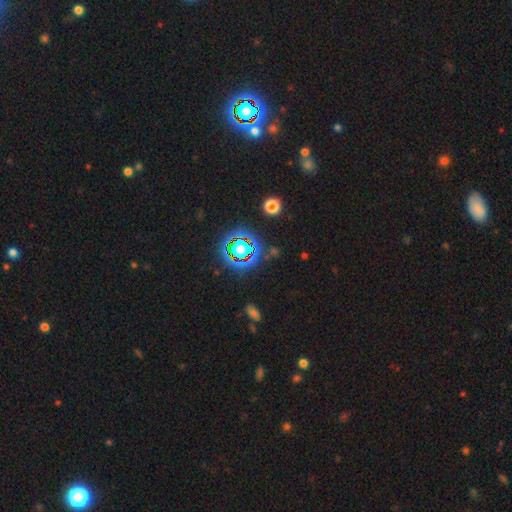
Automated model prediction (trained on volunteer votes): This appears to be a star or artifact, not a galaxy (80%).